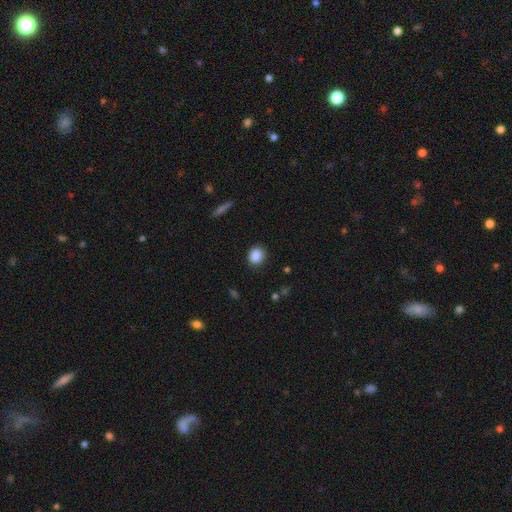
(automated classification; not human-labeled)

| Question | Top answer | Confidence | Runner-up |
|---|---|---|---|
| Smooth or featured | smooth | 88% | star or artifact (9%) |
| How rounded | round | 67% | in between (31%) |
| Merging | none | 86% | minor disturbance (11%) |